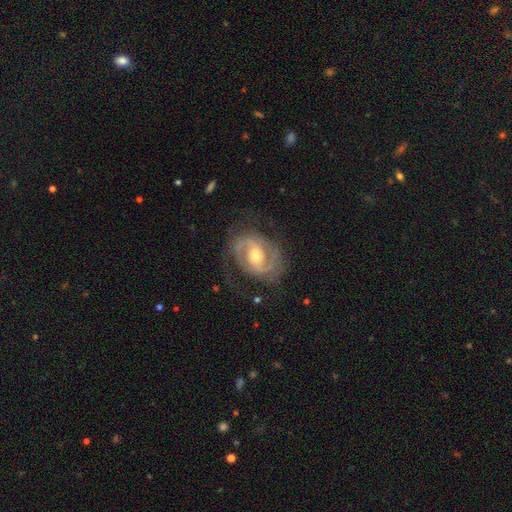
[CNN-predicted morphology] This is clearly a featured or disk galaxy (91%). It is clearly not viewed edge-on (98%). Bar: marginally weak (44%). Spiral arm pattern: clearly yes (97%). Spiral arm count: clearly 2 (86%). Spiral winding: possibly medium (47%). Central bulge: likely moderate (65%). Merging: likely none (73%).